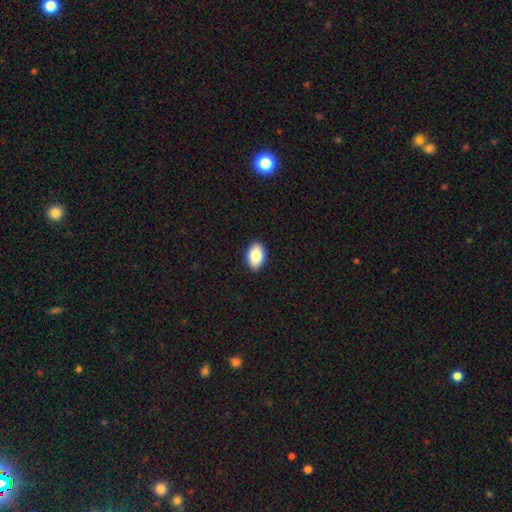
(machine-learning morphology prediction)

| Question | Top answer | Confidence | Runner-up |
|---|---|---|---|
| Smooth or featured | smooth | 85% | featured or disk (8%) |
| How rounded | in between | 89% | round (10%) |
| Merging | none | 90% | minor disturbance (7%) |